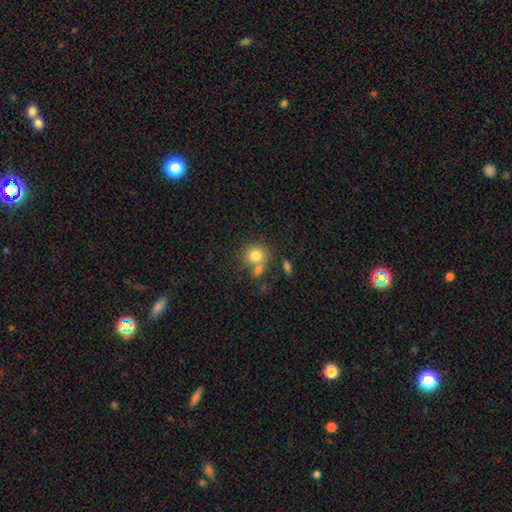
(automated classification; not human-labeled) smooth_or_featured: smooth (p=0.79) [alt: featured or disk p=0.10]
how_rounded: round (p=0.81) [alt: in between p=0.18]
merging: none (p=0.50) [alt: merger p=0.34]